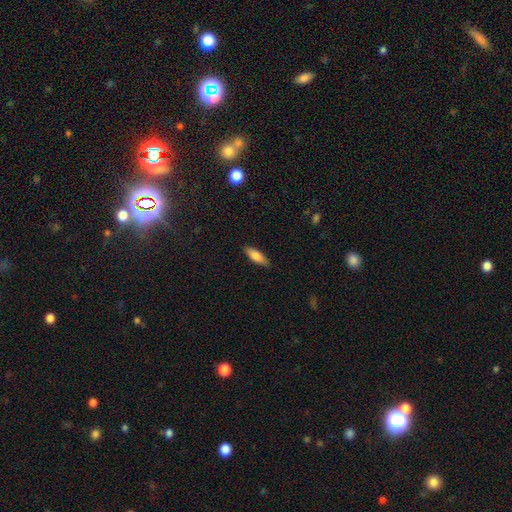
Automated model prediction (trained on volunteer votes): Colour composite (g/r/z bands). It shows a smooth galaxy with no disk features (80%) that is in between round and cigar-shaped (57%). Merging: none (85%).